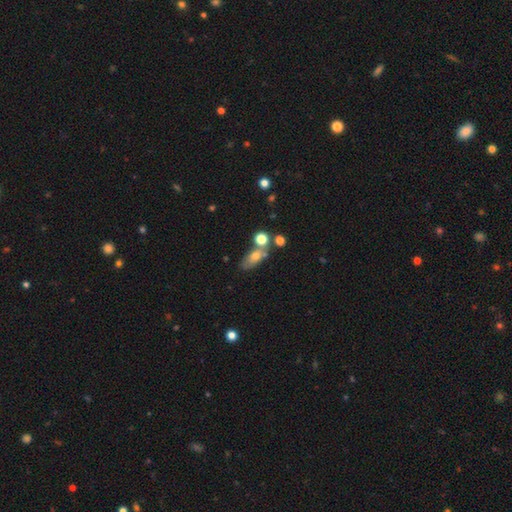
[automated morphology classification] The model was most divided on "merging": none: 44%, merger: 29%, minor disturbance: 18%, major disturbance: 9%. More confident: how rounded — in between (71%); smooth or featured — smooth (64%).